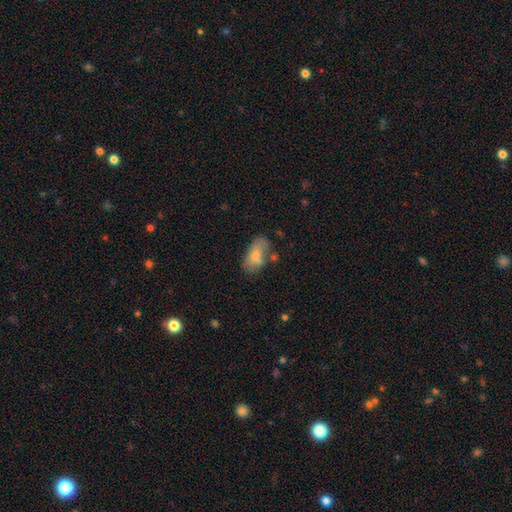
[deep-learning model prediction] The model was most divided on "merging": none: 45%, minor disturbance: 28%, merger: 14%, major disturbance: 13%. More confident: how rounded — in between (90%); smooth or featured — smooth (73%).